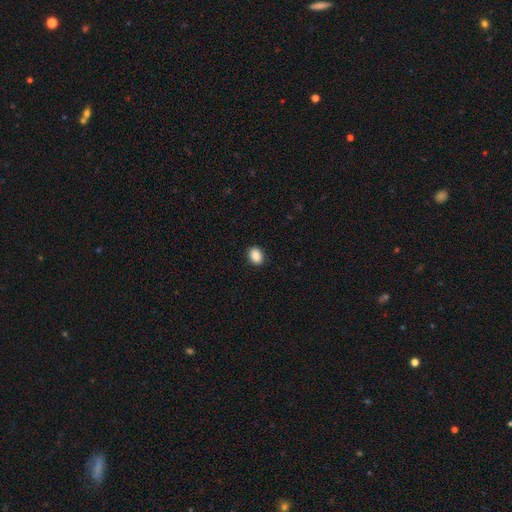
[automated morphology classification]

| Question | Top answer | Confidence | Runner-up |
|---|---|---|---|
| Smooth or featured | smooth | 89% | star or artifact (8%) |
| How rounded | in between | 67% | round (32%) |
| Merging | none | 90% | minor disturbance (7%) |